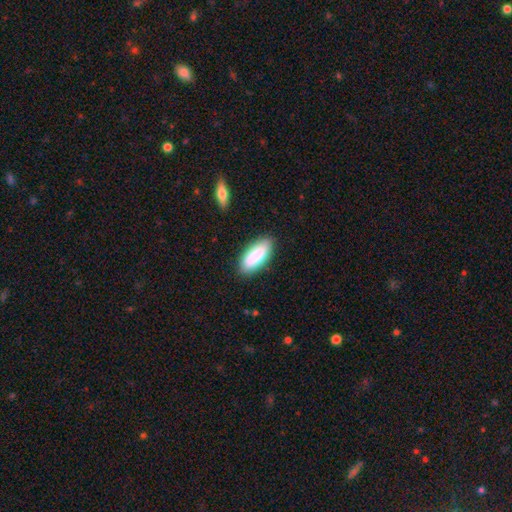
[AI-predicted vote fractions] Overall: smooth (87%). How rounded: in between (81%). Merging: none (85%).